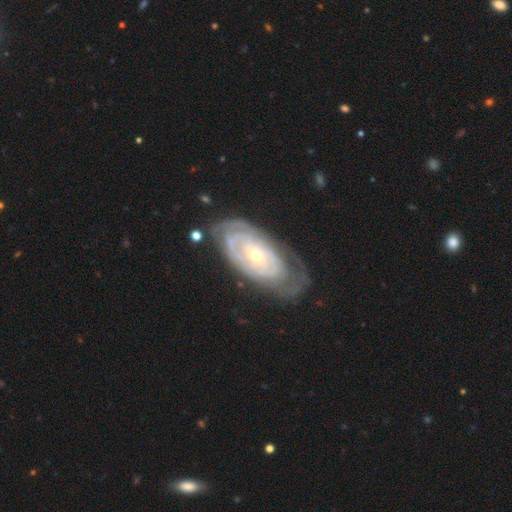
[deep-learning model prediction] smooth_or_featured: featured or disk (p=0.82) [alt: smooth p=0.13]
disk_edge_on: no (p=0.93) [alt: yes p=0.07]
bar: no (p=0.76) [alt: weak p=0.18]
has_spiral_arms: yes (p=0.86) [alt: no p=0.14]
spiral_winding: tight (p=0.81) [alt: medium p=0.15]
spiral_arm_count: can't tell (p=0.57) [alt: 2 p=0.19]
bulge_size: small (p=0.63) [alt: moderate p=0.34]
merging: none (p=0.62) [alt: minor disturbance p=0.24]